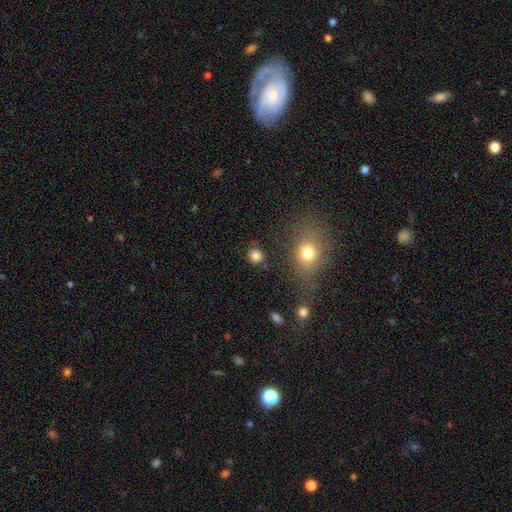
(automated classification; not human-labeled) smooth 83%, star or artifact 12%, featured or disk 5%. Down the decision tree: how rounded — round (88%); merging — none (85%).